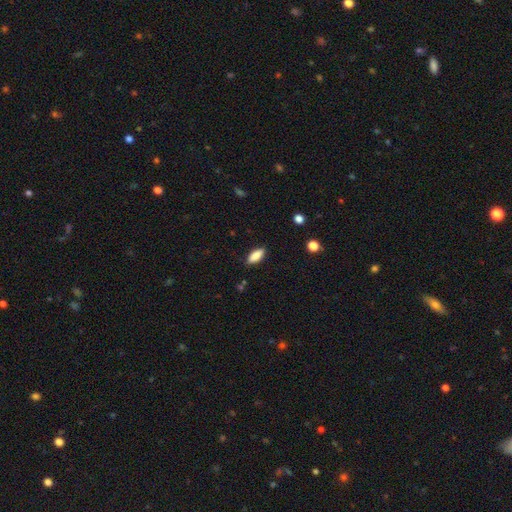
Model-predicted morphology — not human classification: type=smooth (86%); roundness=in between (78%); merging=none (86%).